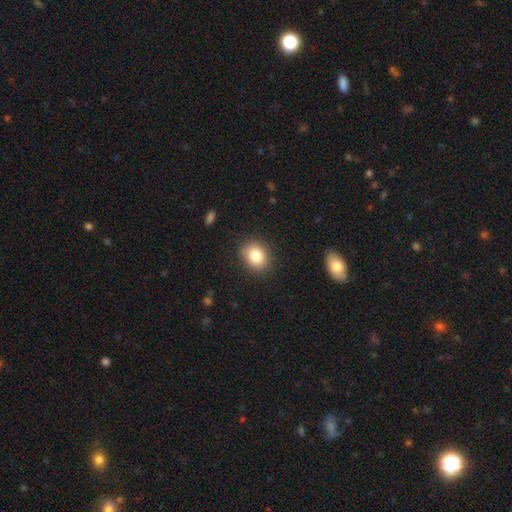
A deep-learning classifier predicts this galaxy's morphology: smooth-or-featured: smooth: 83% | star or artifact: 9% | featured or disk: 7%
  how-rounded: round: 53% | in between: 46% | cigar-shaped: 1%
  merging: none: 86% | minor disturbance: 10% | major disturbance: 3% | merger: 1%